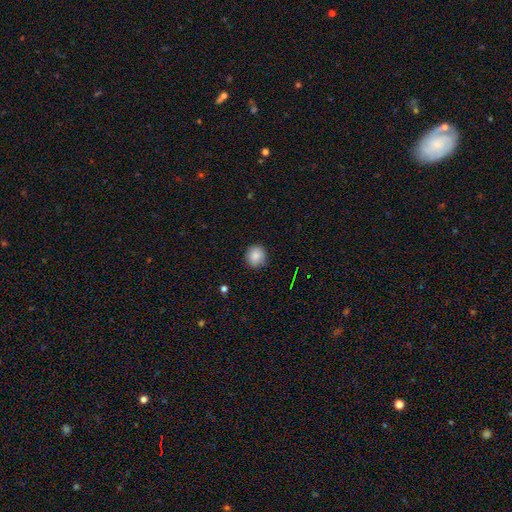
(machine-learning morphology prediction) Smooth or featured? smooth (85%)
How rounded? round (90%)
Merging? none (88%)